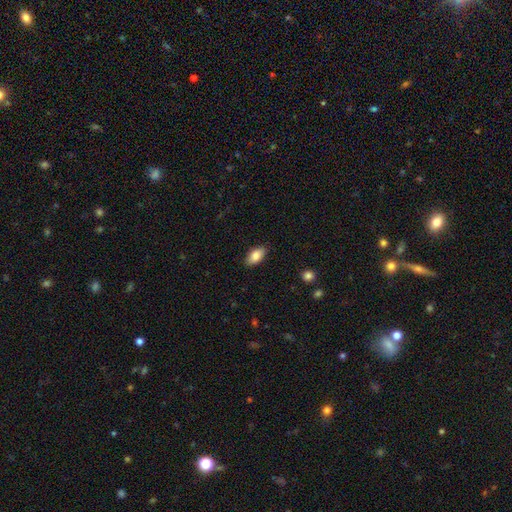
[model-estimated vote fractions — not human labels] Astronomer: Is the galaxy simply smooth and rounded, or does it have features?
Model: smooth — 84%.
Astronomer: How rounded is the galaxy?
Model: in between — 91%.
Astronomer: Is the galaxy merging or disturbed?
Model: none — 87%.